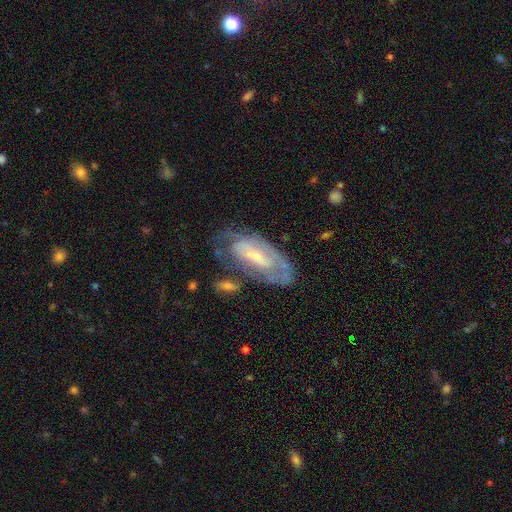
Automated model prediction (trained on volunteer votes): Smooth or featured? featured or disk (69%)
Edge-on disk? no (90%)
Bar? no (46%)
Spiral arms? yes (67%)
Bulge size? small (61%)
Merging? none (47%)